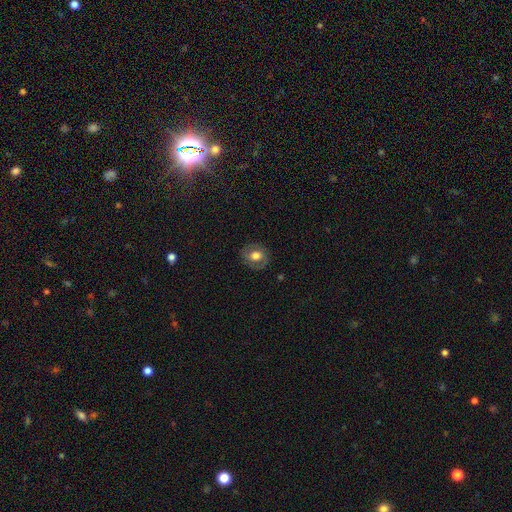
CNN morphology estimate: Smooth or featured: smooth — 53% (featured or disk — 38%)
How rounded: round — 67% (in between — 32%)
Merging: none — 82% (minor disturbance — 12%)